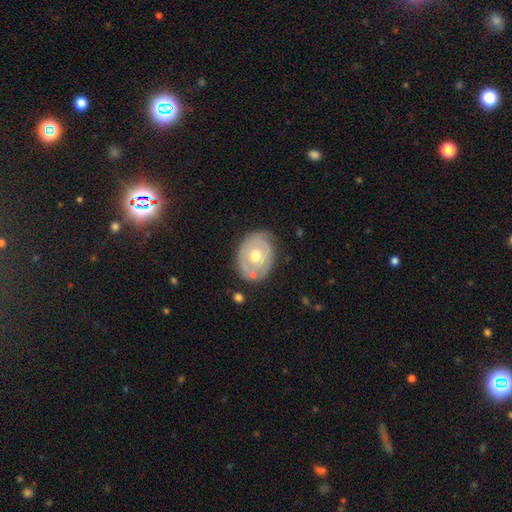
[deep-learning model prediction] This appears to be a featured or disk galaxy (53%) with no bar (89%), no spiral arms (70%) and a moderate central bulge (79%). Merging: none (71%).